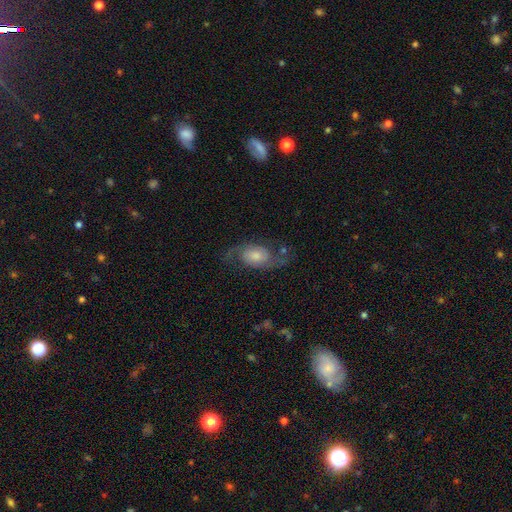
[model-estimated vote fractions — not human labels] featured or disk 73%, smooth 20%, star or artifact 7%. Down the decision tree: edge-on disk — no (96%); bar — no (65%); spiral arms — yes (93%); spiral arm count — 2 (91%); spiral winding — loose (47%); bulge size — moderate (39%); merging — none (62%).